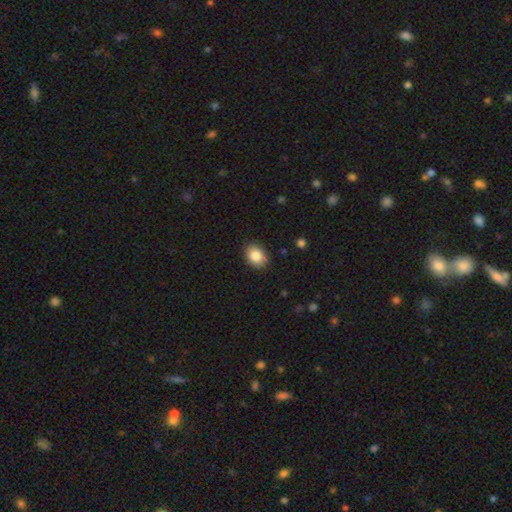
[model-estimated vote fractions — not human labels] smooth 85%, star or artifact 8%, featured or disk 7%. Down the decision tree: how rounded — in between (68%); merging — none (87%).